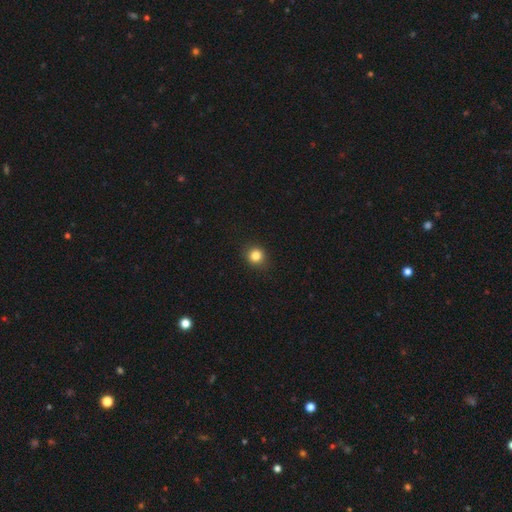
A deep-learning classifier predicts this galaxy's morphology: A smooth galaxy with no disk features (83%) that is round (87%). Merging: none (90%).